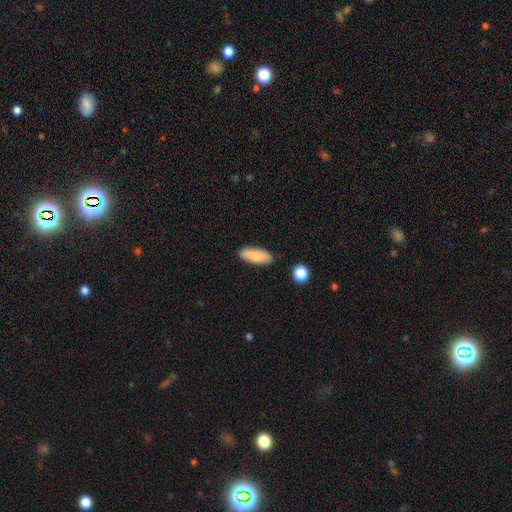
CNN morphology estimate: Smooth or featured? Predicted: smooth (p=0.82). How rounded? Predicted: in between (p=0.69). Merging? Predicted: none (p=0.82).